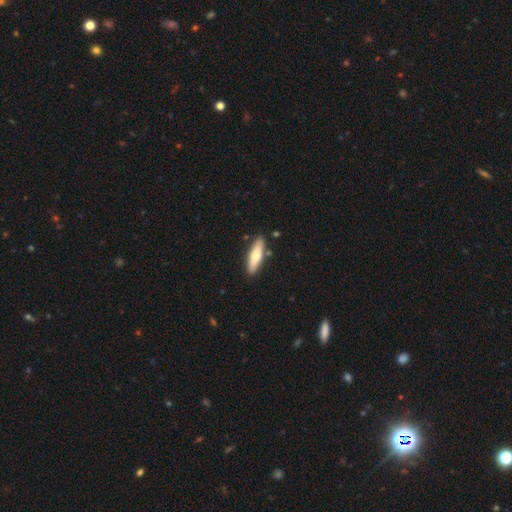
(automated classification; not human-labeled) Smooth or featured: smooth — 66% (featured or disk — 29%)
How rounded: cigar-shaped — 60% (in between — 38%)
Merging: none — 85% (minor disturbance — 10%)